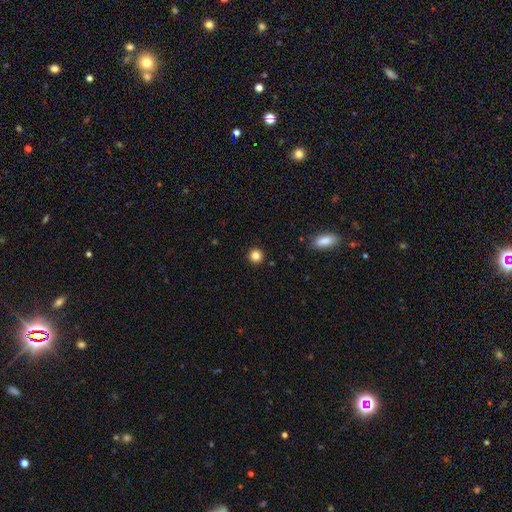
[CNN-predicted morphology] Smooth or featured: smooth — 84% (star or artifact — 11%)
How rounded: round — 94% (in between — 5%)
Merging: none — 92% (minor disturbance — 5%)